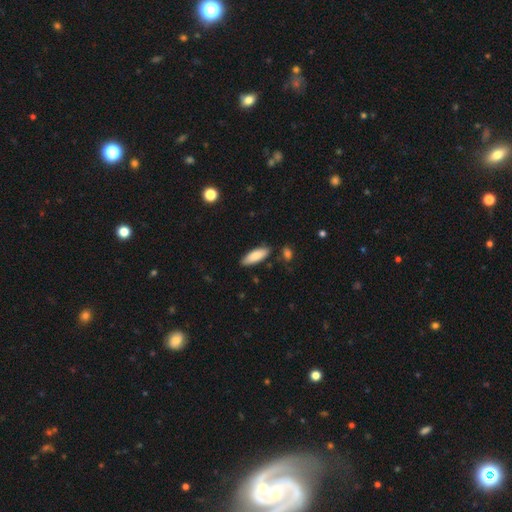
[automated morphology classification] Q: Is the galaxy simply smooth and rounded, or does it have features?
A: smooth — 83%.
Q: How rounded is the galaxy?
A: in between — 67%.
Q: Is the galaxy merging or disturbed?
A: none — 81%.